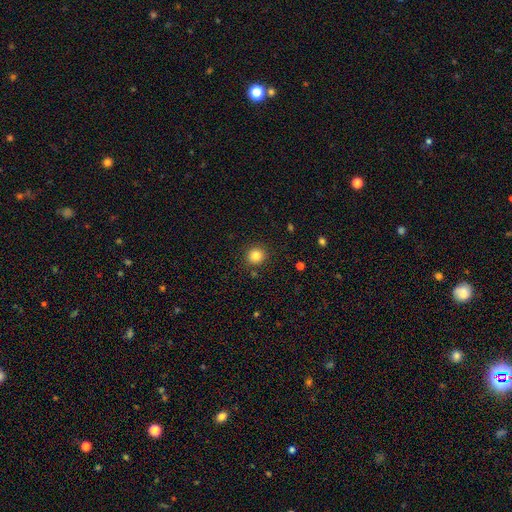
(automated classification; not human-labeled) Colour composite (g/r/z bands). It shows a smooth galaxy with no disk features (83%) that is round (90%). Merging: none (89%).